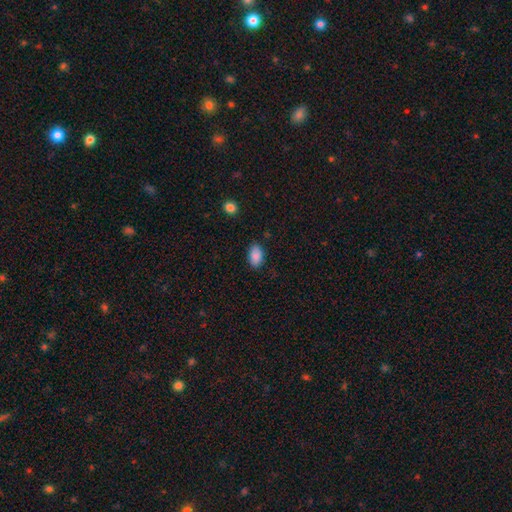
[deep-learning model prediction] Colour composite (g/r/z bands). It shows a smooth galaxy with no disk features (88%) that is in between round and cigar-shaped (92%). Merging: none (82%).